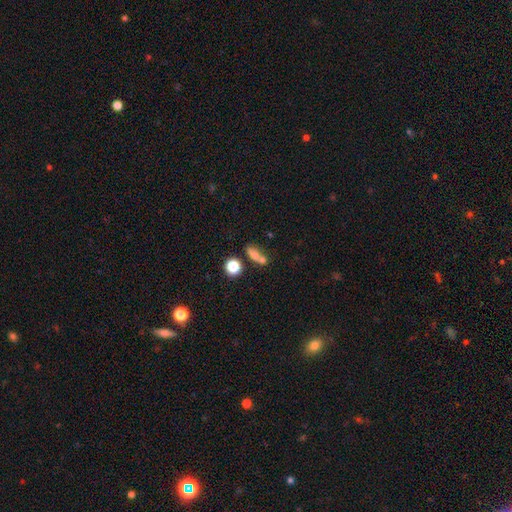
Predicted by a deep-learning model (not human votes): This is likely a smooth galaxy (69%). How rounded: possibly in between (52%). Merging: marginally none (42%).